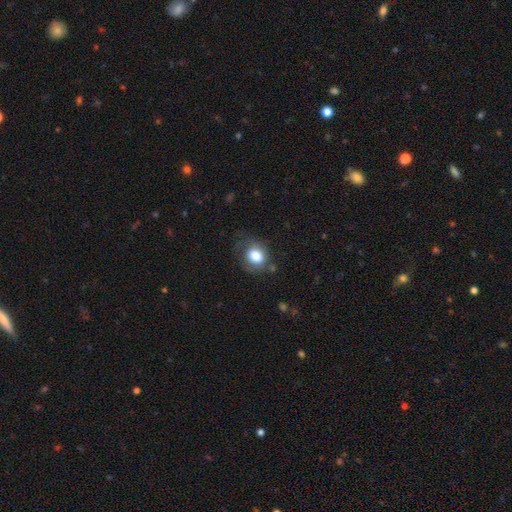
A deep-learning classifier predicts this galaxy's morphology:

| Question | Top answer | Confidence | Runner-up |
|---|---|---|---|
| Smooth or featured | smooth | 79% | featured or disk (13%) |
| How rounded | round | 63% | in between (37%) |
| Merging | none | 58% | minor disturbance (26%) |